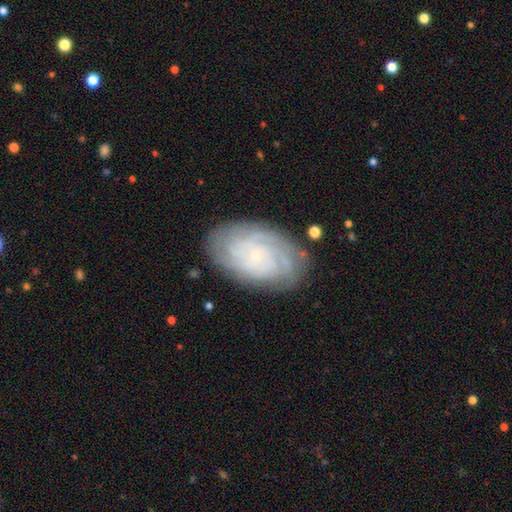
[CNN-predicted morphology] Smooth or featured?
  - featured or disk: 78% *
  - smooth: 15%
  - star or artifact: 8%
Edge-on disk?
  - no: 96% *
  - yes: 4%
Bar?
  - no: 83% *
  - weak: 14%
  - strong: 3%
Spiral arms?
  - yes: 94% *
  - no: 6%
Spiral winding?
  - tight: 78% *
  - medium: 18%
  - loose: 4%
Spiral arm count?
  - can't tell: 35% *
  - 4: 23%
  - 3: 13%
  - more than 4: 13%
  - 2: 9%
  - 1: 6%
Bulge size?
  - small: 88% *
  - moderate: 7%
  - none: 3%
  - large: 1%
  - dominant: 1%
Merging?
  - none: 80% *
  - minor disturbance: 14%
  - major disturbance: 4%
  - merger: 2%